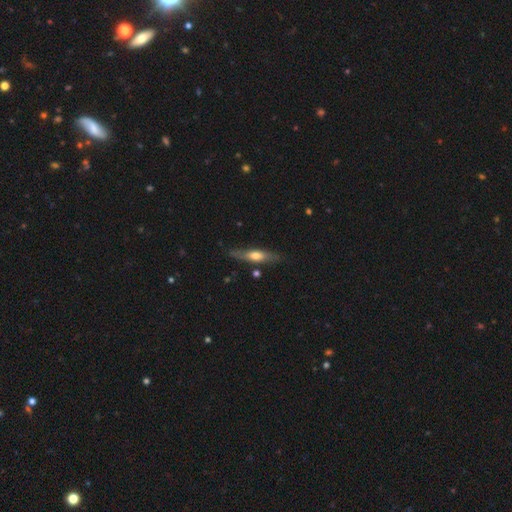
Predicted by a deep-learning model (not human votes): The model was most divided on "smooth or featured": featured or disk: 50%, smooth: 45%, star or artifact: 6%. More confident: merging — none (78%).